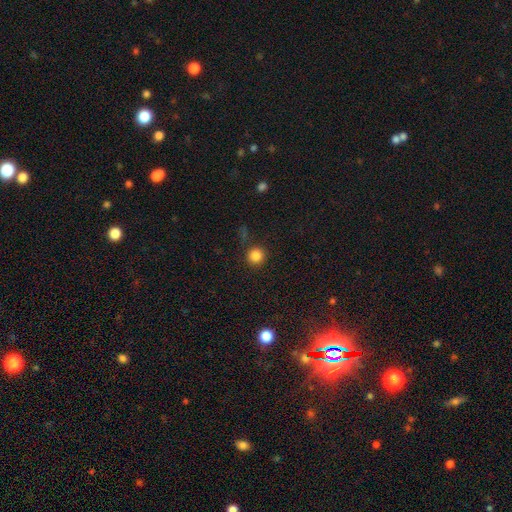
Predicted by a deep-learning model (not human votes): Smooth or featured?
  - smooth: 84% *
  - star or artifact: 12%
  - featured or disk: 4%
How rounded?
  - round: 94% *
  - in between: 5%
  - cigar-shaped: 1%
Merging?
  - none: 87% *
  - minor disturbance: 7%
  - major disturbance: 3%
  - merger: 3%